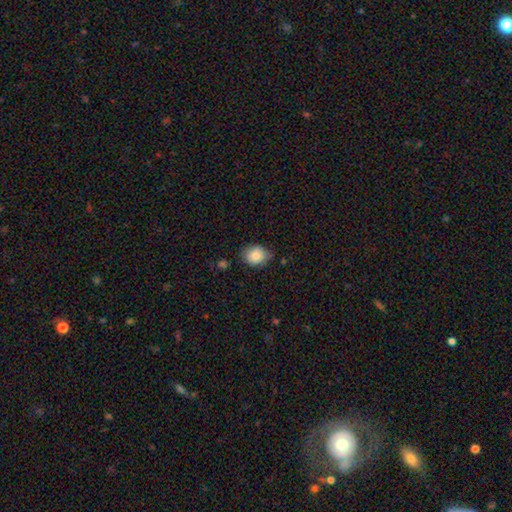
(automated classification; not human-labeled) Smooth or featured: smooth — 82% (featured or disk — 10%)
How rounded: round — 59% (in between — 40%)
Merging: none — 70% (minor disturbance — 23%)